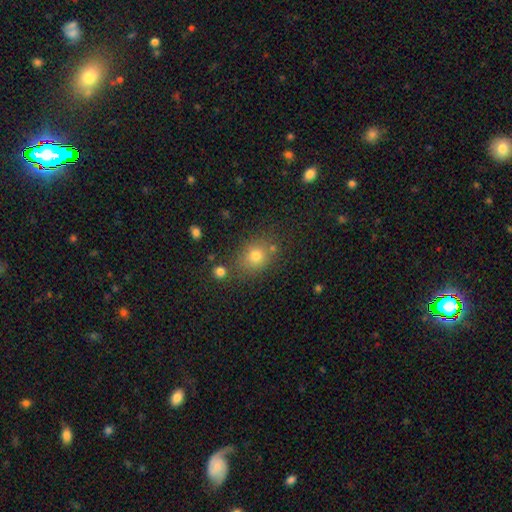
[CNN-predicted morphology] This is likely a smooth galaxy (75%). How rounded: likely round (60%). Merging: likely none (75%).